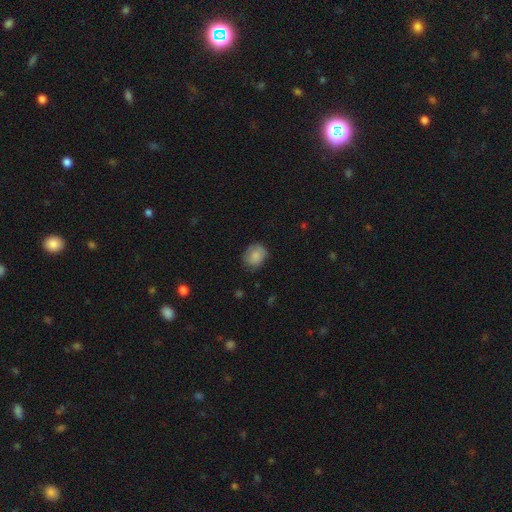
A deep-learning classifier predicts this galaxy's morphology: Smooth or featured: smooth — 83% (featured or disk — 10%)
How rounded: round — 53% (in between — 46%)
Merging: none — 73% (minor disturbance — 21%)